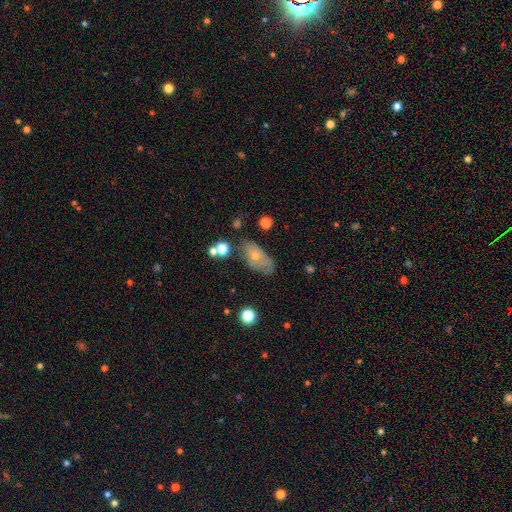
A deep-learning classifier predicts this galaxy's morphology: This is likely a smooth galaxy (61%). How rounded: clearly in between (88%). Merging: possibly none (53%).